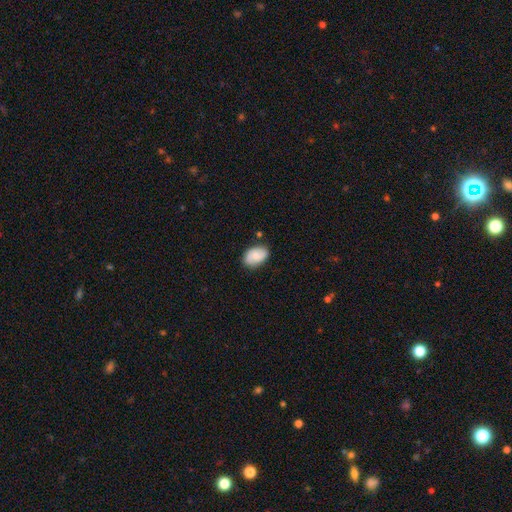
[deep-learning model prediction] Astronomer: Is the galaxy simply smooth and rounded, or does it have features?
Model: smooth — 70%.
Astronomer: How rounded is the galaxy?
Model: in between — 86%.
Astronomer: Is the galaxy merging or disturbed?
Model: none — 78%.